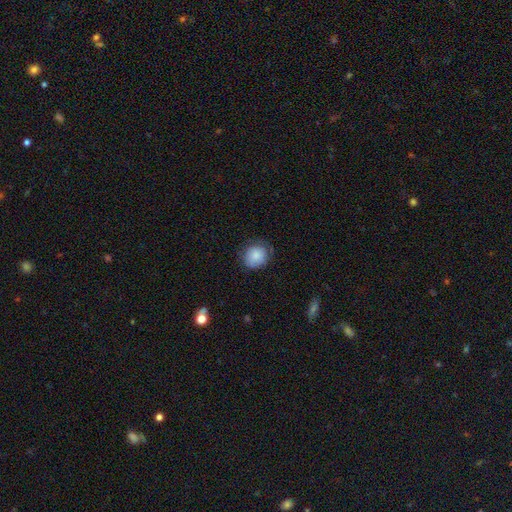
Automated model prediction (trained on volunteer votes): This is clearly a smooth galaxy (83%). How rounded: likely round (78%). Merging: likely none (69%).